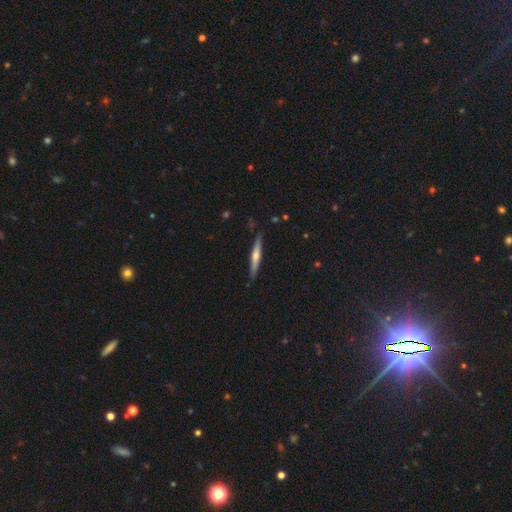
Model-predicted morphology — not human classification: Overall: featured or disk (64%; smooth 30%). Edge-on disk: yes (97%). Edge-on bulge: rounded (82%). Merging: none (88%).